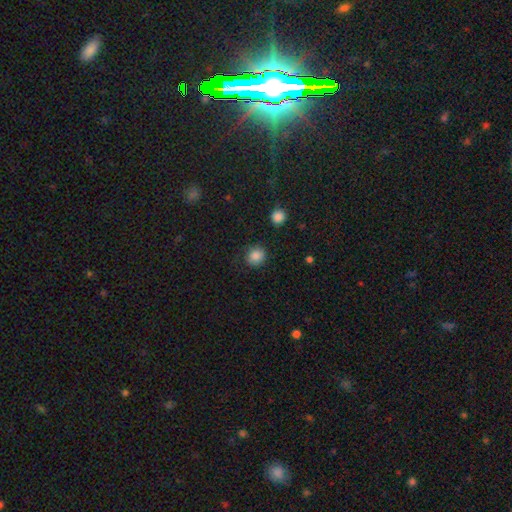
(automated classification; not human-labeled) Overall: smooth (85%). How rounded: round (79%). Merging: none (78%).